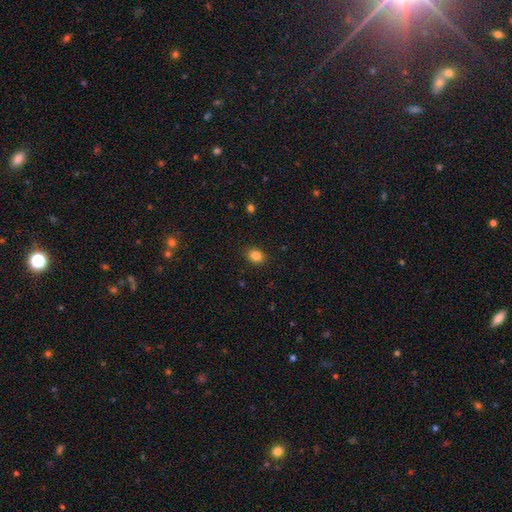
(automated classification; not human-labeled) A smooth galaxy with no disk features (85%) that is in between round and cigar-shaped (59%). Merging: none (89%).